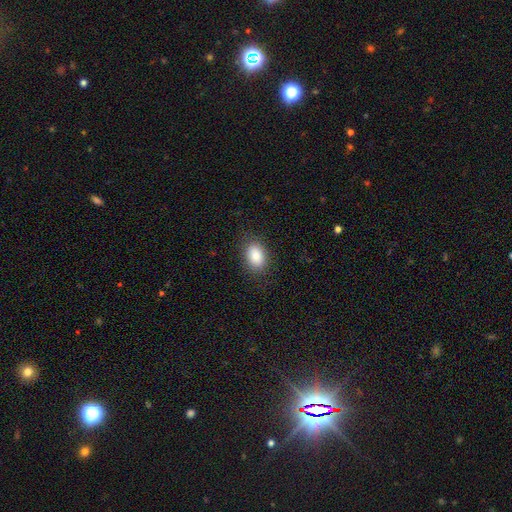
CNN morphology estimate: smooth 86%, star or artifact 8%, featured or disk 7%. Down the decision tree: how rounded — in between (83%); merging — none (85%).